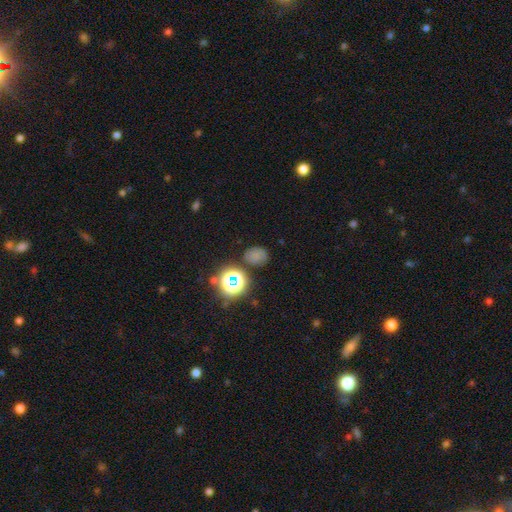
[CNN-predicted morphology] smooth 65%, star or artifact 27%, featured or disk 8%. Down the decision tree: how rounded — round (54%); merging — none (73%).